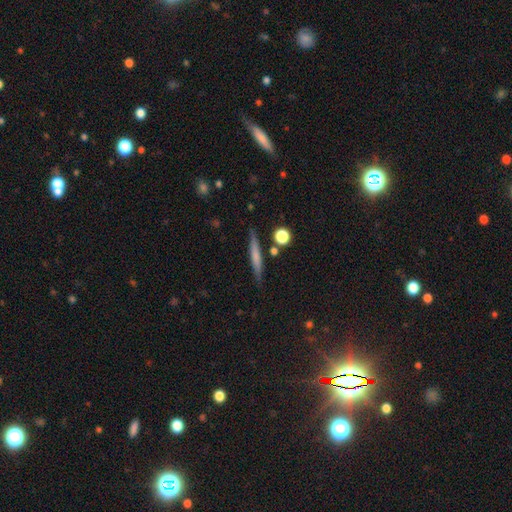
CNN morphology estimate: Overall: smooth (58%; featured or disk 35%). How rounded: cigar-shaped (92%). Merging: none (84%).